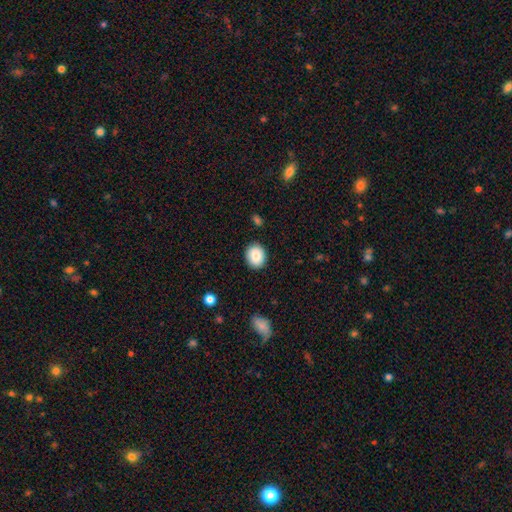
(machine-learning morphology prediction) type=smooth (86%); roundness=round (51%); merging=none (88%).